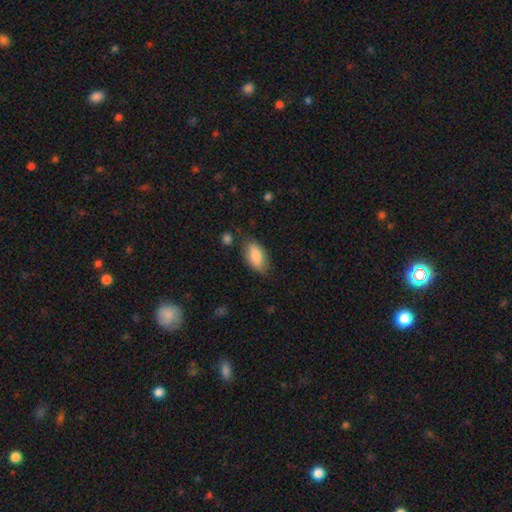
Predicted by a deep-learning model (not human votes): The model was most divided on "merging": none: 73%, minor disturbance: 19%, major disturbance: 4%, merger: 3%. More confident: how rounded — in between (91%); smooth or featured — smooth (80%).